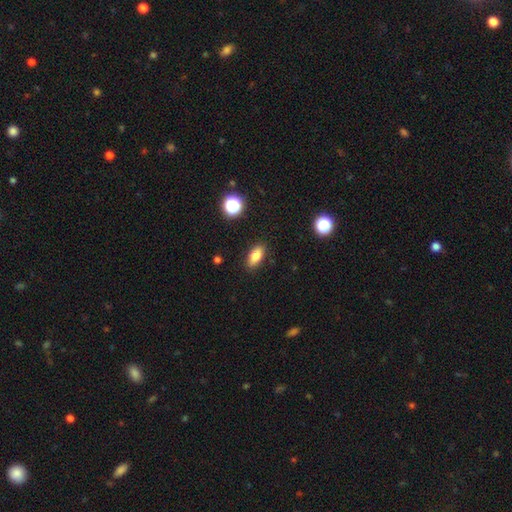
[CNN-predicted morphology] smooth 82%, star or artifact 10%, featured or disk 8%. Down the decision tree: how rounded — in between (84%); merging — none (89%).